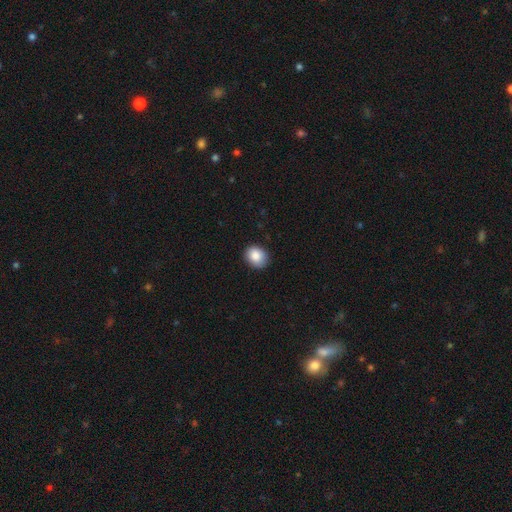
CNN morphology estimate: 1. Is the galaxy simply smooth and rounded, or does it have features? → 87% smooth, 8% star or artifact, 5% featured or disk.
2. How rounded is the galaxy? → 57% round, 42% in between, 1% cigar-shaped.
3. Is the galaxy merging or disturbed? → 86% none, 11% minor disturbance, 2% major disturbance, 1% merger.